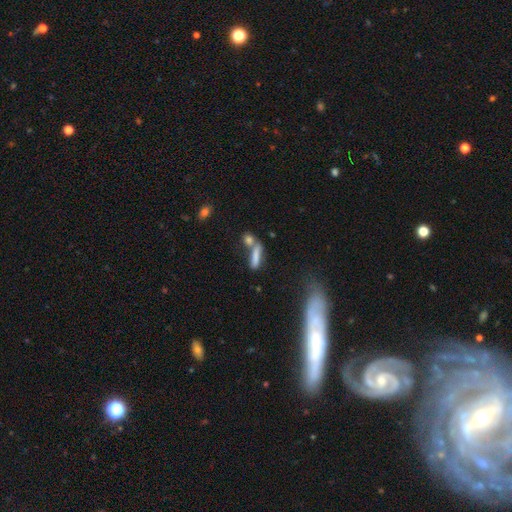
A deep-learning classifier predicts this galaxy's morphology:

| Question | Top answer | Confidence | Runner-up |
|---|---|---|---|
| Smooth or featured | smooth | 74% | featured or disk (16%) |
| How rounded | cigar-shaped | 71% | in between (25%) |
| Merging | none | 42% | merger (38%) |